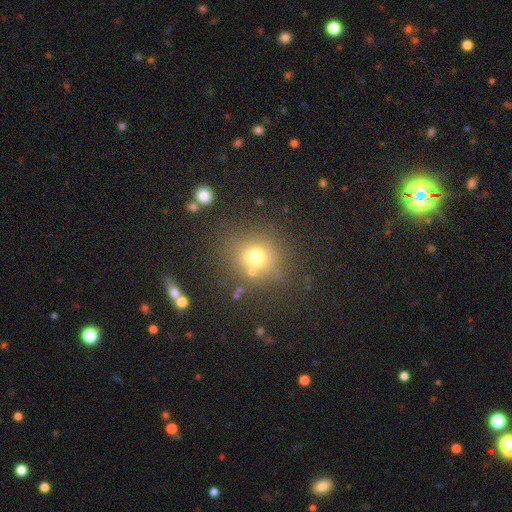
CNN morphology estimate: smooth 70%, star or artifact 18%, featured or disk 12%. Down the decision tree: how rounded — round (85%); merging — none (74%).